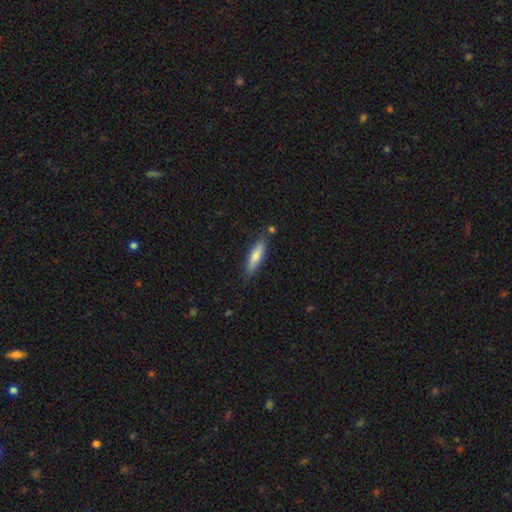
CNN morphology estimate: A smooth galaxy with no disk features (69%) that is cigar-shaped (74%). Merging: none (83%).